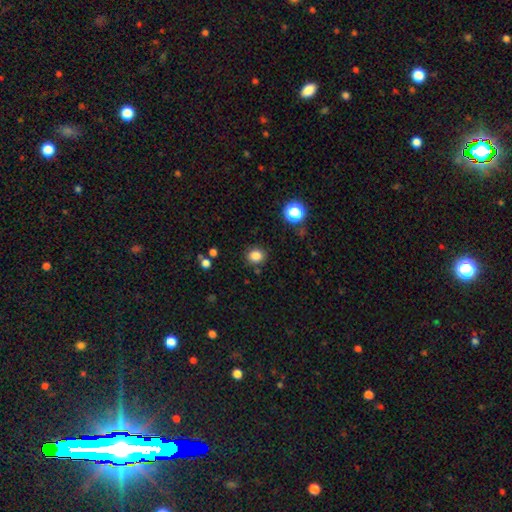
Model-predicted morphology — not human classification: A smooth galaxy with no disk features (84%) that is round (76%).

Vote fractions:
- Smooth or featured? smooth: 84% / star or artifact: 12% / featured or disk: 4%
- How rounded? round: 76% / in between: 23% / cigar-shaped: 1%
- Merging? none: 85% / minor disturbance: 9% / major disturbance: 3% / merger: 3%